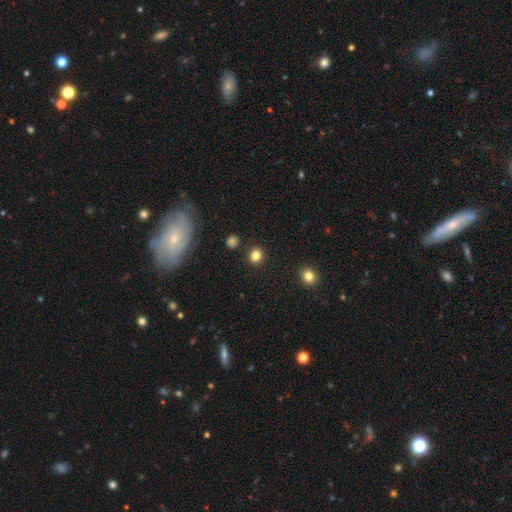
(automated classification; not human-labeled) The model was most divided on "how rounded": round: 81%, in between: 18%, cigar-shaped: 1%. More confident: merging — none (89%); smooth or featured — smooth (82%).